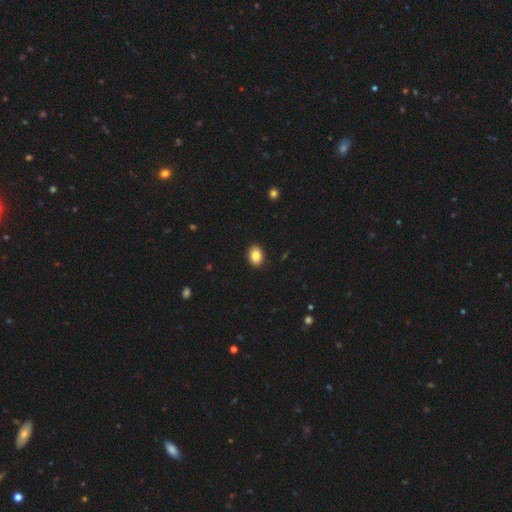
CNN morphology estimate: Smooth or featured: smooth — 85% (star or artifact — 9%)
How rounded: in between — 69% (round — 30%)
Merging: none — 91% (minor disturbance — 6%)